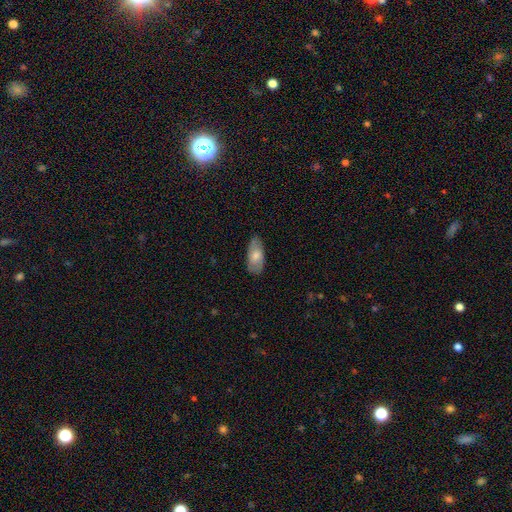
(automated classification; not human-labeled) smooth_or_featured: smooth (p=0.69) [alt: featured or disk p=0.25]
how_rounded: in between (p=0.91) [alt: cigar-shaped p=0.07]
merging: none (p=0.81) [alt: minor disturbance p=0.15]